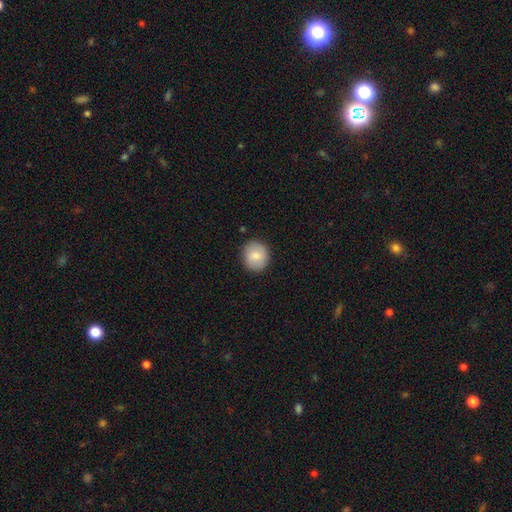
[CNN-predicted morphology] smooth_or_featured: smooth (p=0.81) [alt: featured or disk p=0.12]
how_rounded: round (p=0.84) [alt: in between p=0.15]
merging: none (p=0.87) [alt: minor disturbance p=0.10]